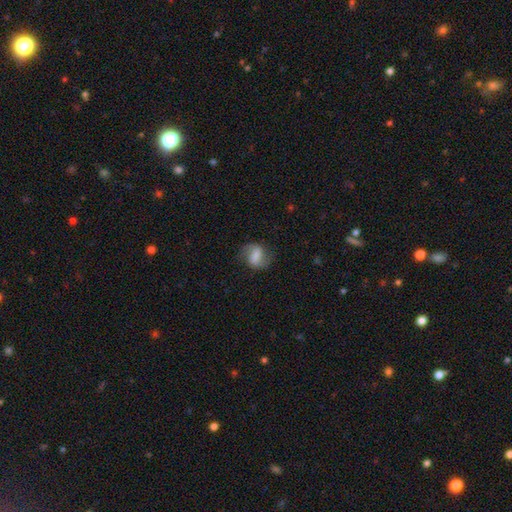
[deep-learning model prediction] Q: Smooth or featured?
A: featured or disk (53%); runner-up: smooth (38%)
Q: Edge-on disk?
A: no (96%); runner-up: yes (4%)
Q: Bar?
A: strong (46%); runner-up: weak (38%)
Q: Spiral arms?
A: yes (85%); runner-up: no (15%)
Q: Bulge size?
A: none (30%); runner-up: small (28%)
Q: Merging?
A: none (73%); runner-up: minor disturbance (17%)